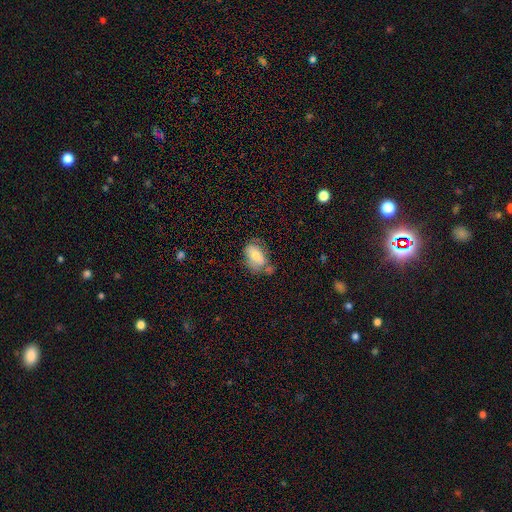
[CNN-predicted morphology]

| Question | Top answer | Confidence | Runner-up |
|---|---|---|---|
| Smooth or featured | smooth | 69% | featured or disk (23%) |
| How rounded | in between | 88% | round (10%) |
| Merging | none | 44% | minor disturbance (28%) |